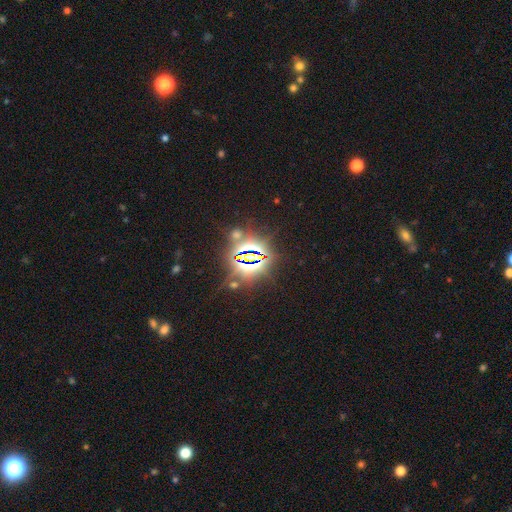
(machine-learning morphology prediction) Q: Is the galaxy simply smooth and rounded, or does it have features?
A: star or artifact — 83%.